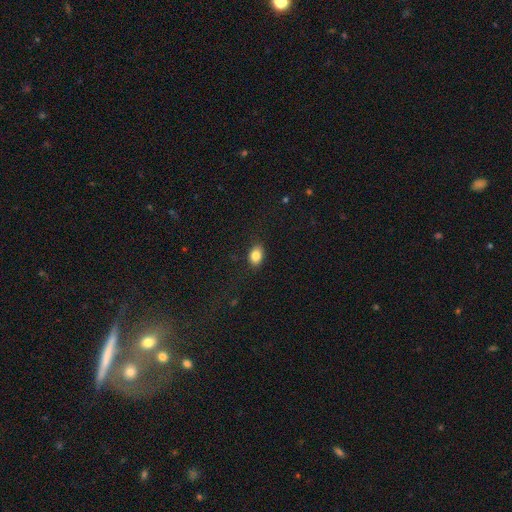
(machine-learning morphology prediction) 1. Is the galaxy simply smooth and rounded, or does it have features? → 84% smooth, 9% star or artifact, 7% featured or disk.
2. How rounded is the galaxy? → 78% in between, 21% round, 1% cigar-shaped.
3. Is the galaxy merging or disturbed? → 86% none, 10% minor disturbance, 3% major disturbance, 1% merger.